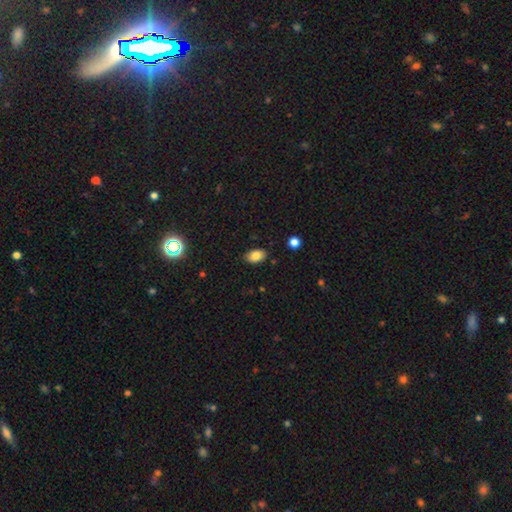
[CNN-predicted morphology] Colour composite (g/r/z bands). It shows a smooth galaxy with no disk features (84%) that is in between round and cigar-shaped (89%). Merging: none (84%).